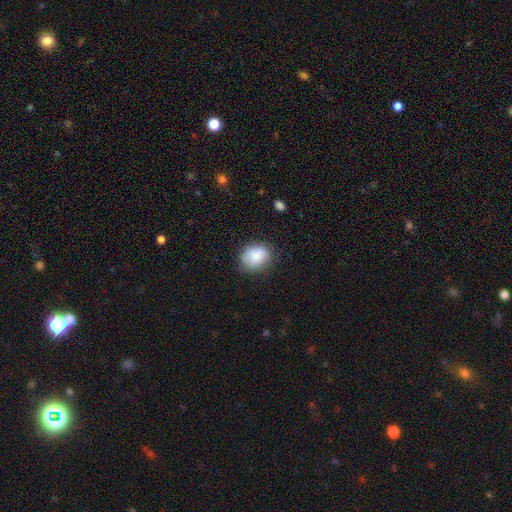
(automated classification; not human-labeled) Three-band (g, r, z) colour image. It shows a smooth galaxy with no disk features (85%) that is in between round and cigar-shaped (50%). Merging: none (74%).